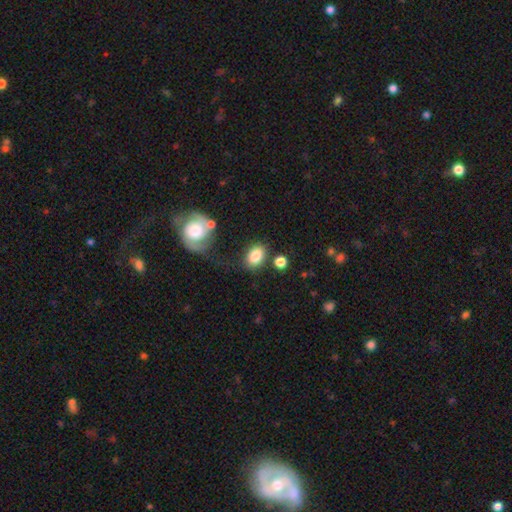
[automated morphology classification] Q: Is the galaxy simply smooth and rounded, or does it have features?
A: smooth — 84%.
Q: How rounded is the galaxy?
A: in between — 74%.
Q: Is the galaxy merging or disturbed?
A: none — 72%.